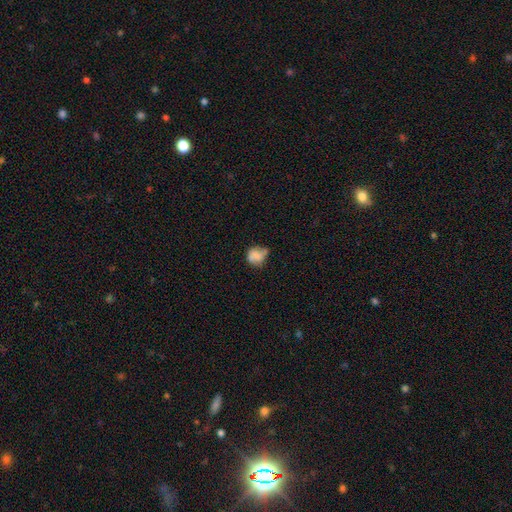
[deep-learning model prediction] The model was most divided on "merging": none: 41%, minor disturbance: 37%, major disturbance: 17%, merger: 6%. More confident: smooth or featured — smooth (65%); how rounded — round (63%).